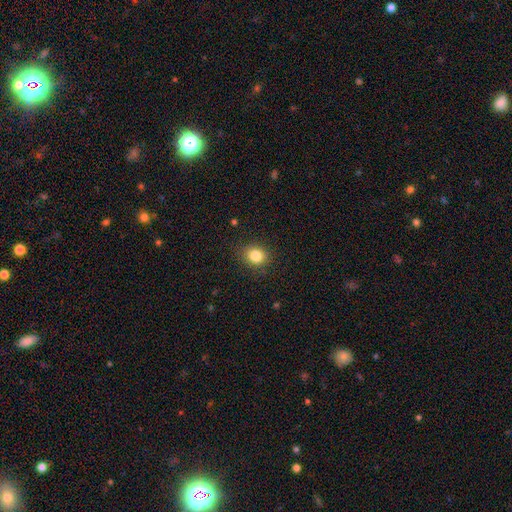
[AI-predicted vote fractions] smooth-or-featured: smooth: 83% | star or artifact: 11% | featured or disk: 5%
  how-rounded: round: 65% | in between: 34% | cigar-shaped: 1%
  merging: none: 86% | minor disturbance: 10% | major disturbance: 3% | merger: 1%